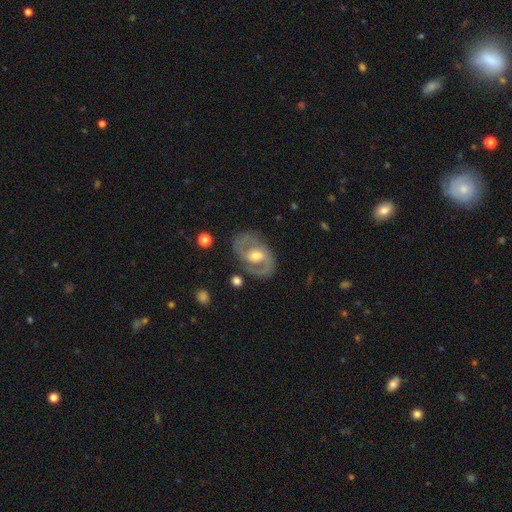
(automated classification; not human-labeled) The model was most divided on "bar": weak: 46%, no: 33%, strong: 22%. More confident: edge-on disk — no (96%); spiral arms — yes (86%); spiral arm count — 2 (86%); smooth or featured — featured or disk (81%); merging — none (76%); bulge size — moderate (63%); spiral winding — medium (54%).